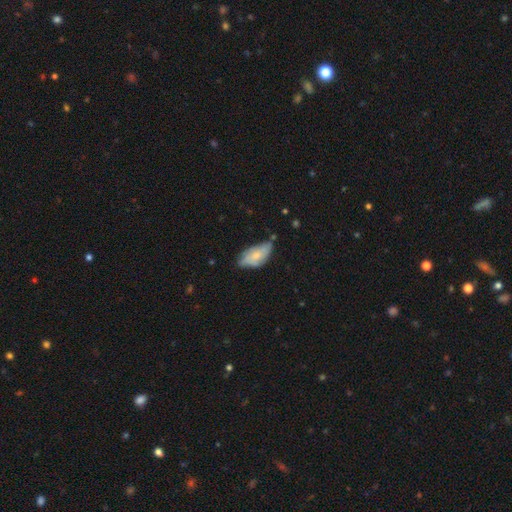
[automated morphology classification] type=smooth (61%); roundness=in between (91%); merging=none (45%).